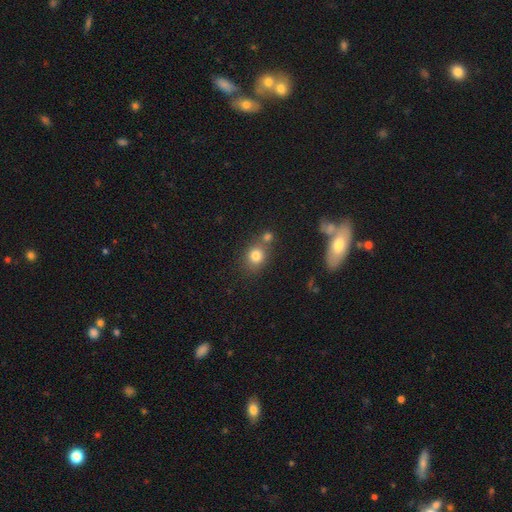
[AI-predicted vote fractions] smooth-or-featured: smooth: 79% | star or artifact: 12% | featured or disk: 9%
  how-rounded: round: 74% | in between: 25% | cigar-shaped: 1%
  merging: none: 60% | merger: 25% | minor disturbance: 11% | major disturbance: 4%